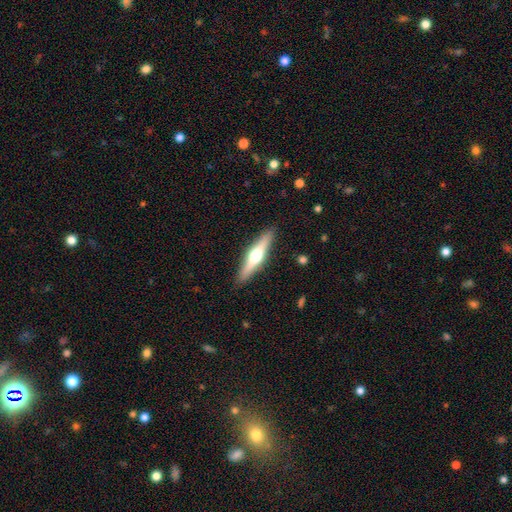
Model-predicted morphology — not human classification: A featured or disk galaxy (59%) viewed edge-on (96%) with a rounded central bulge (94%). Merging: none (90%).